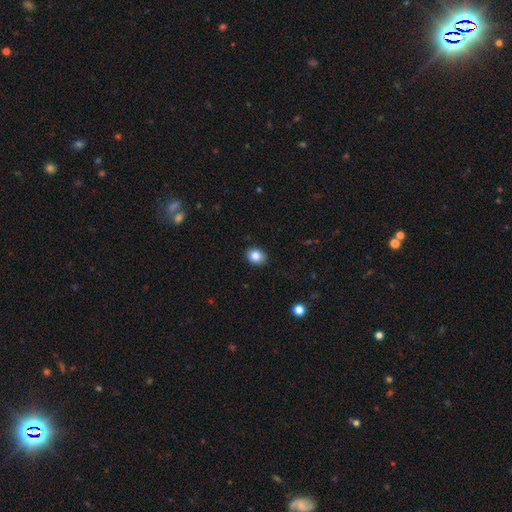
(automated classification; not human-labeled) This is clearly a smooth galaxy (84%). How rounded: possibly in between (50%). Merging: clearly none (89%).